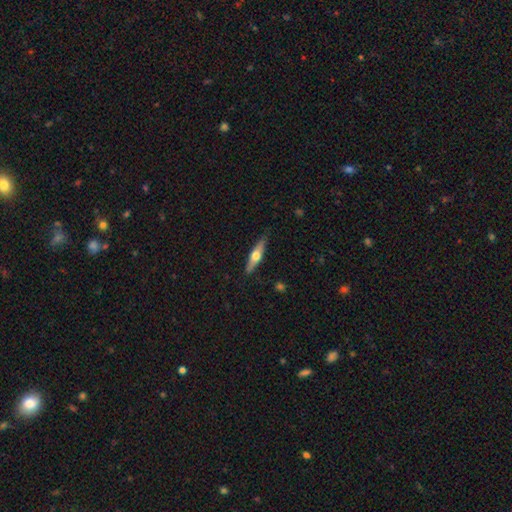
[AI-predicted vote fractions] Smooth or featured? featured or disk (53%)
Edge-on disk? yes (92%)
Merging? none (85%)